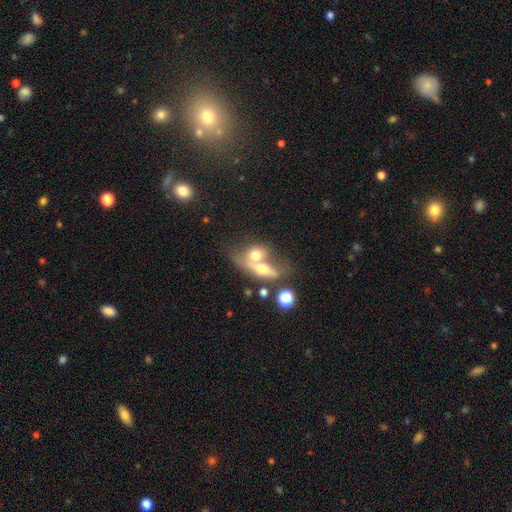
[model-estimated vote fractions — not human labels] Smooth or featured? smooth (60%)
How rounded? in between (59%)
Merging? merger (68%)